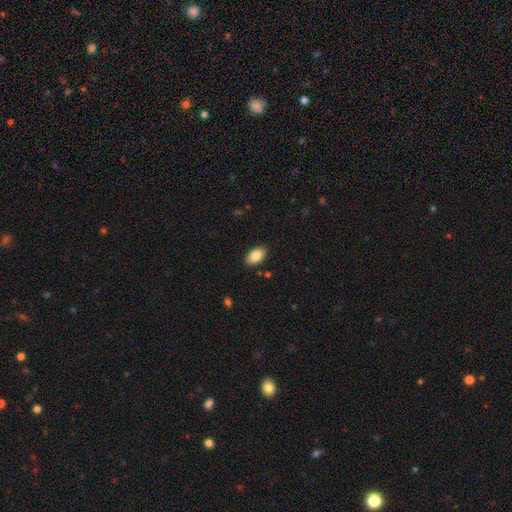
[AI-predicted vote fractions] Smooth or featured? smooth (84%)
How rounded? in between (92%)
Merging? none (88%)